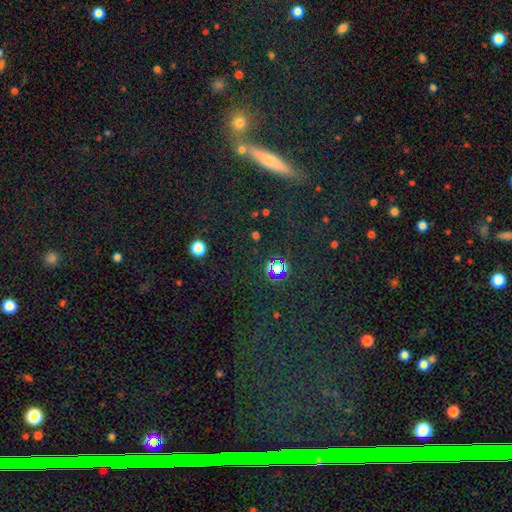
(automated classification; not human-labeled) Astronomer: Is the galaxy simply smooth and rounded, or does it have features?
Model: smooth — 36% (runner-up: star or artifact, 35%).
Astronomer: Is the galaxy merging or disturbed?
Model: none — 76%.